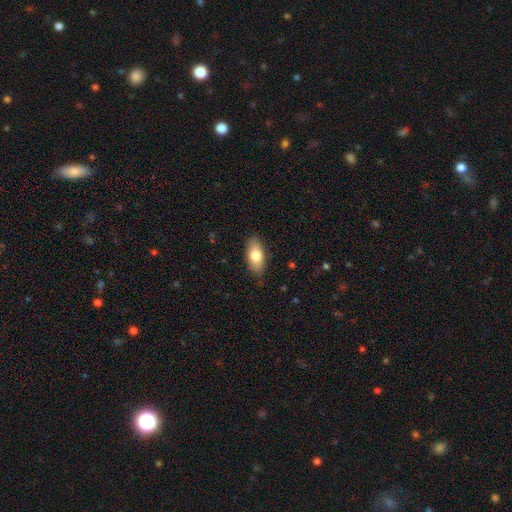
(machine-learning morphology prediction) Overall: smooth (77%). How rounded: in between (89%). Merging: none (86%).